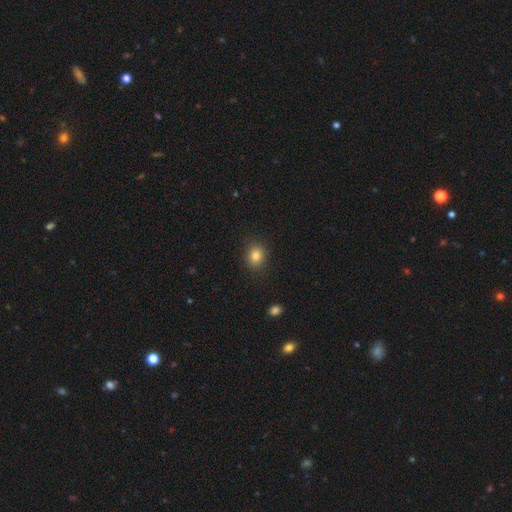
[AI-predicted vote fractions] A smooth galaxy with no disk features (82%) that is round (64%). Merging: none (88%).